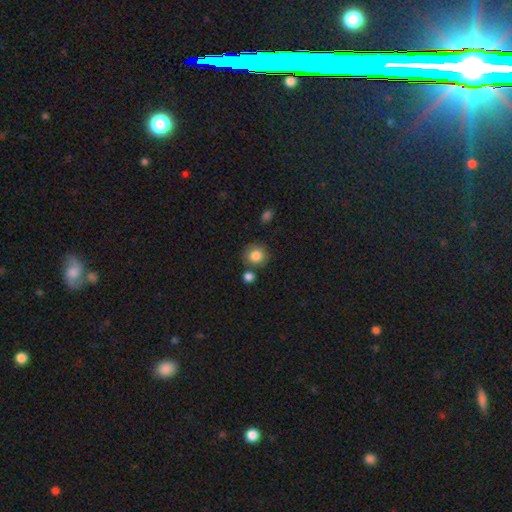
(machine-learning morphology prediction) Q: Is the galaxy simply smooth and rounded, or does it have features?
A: smooth — 84%.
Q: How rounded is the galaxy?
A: round — 86%.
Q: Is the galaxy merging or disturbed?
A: none — 75%.